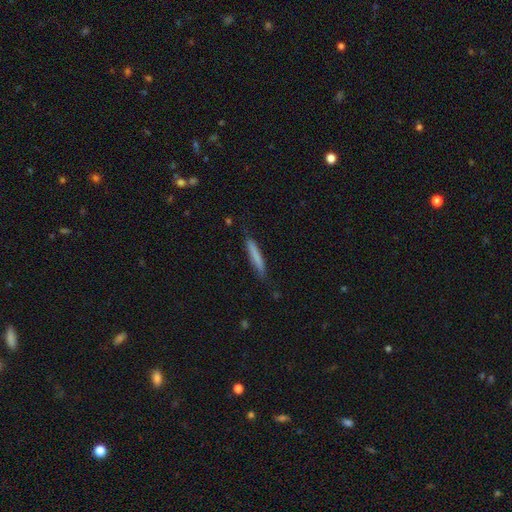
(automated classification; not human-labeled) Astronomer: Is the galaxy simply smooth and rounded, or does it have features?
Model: smooth — 74%.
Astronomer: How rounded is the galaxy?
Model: cigar-shaped — 94%.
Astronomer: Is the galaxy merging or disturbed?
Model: none — 82%.